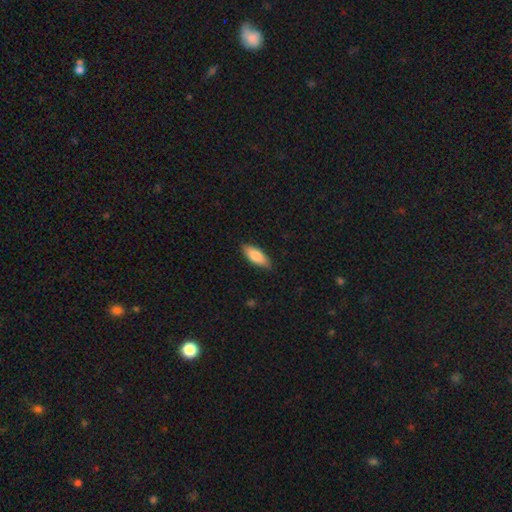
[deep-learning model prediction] Overall: smooth (82%). How rounded: in between (76%). Merging: none (86%).